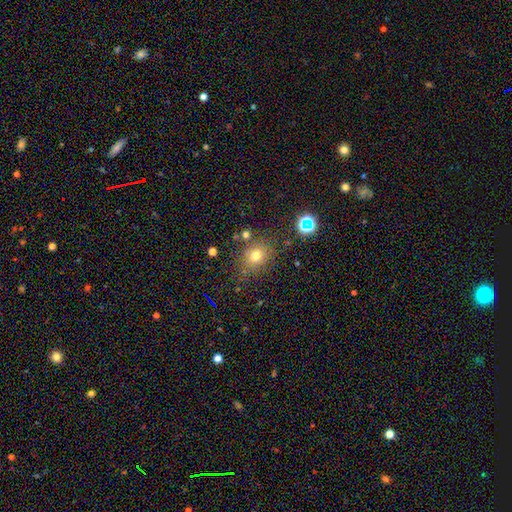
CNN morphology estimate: smooth_or_featured: smooth (p=0.70) [alt: star or artifact p=0.20]
how_rounded: round (p=0.64) [alt: in between p=0.34]
merging: none (p=0.77) [alt: minor disturbance p=0.13]